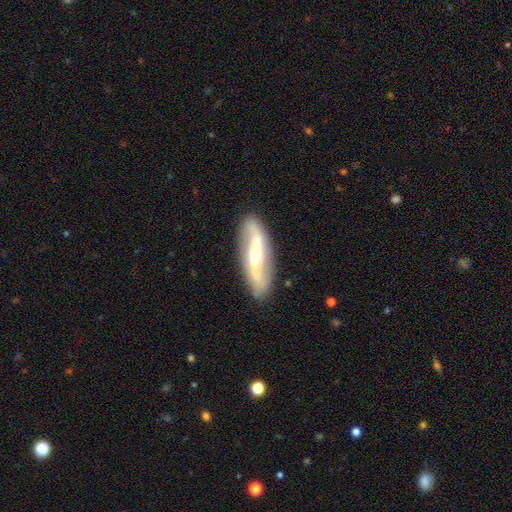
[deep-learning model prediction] This appears to be a featured or disk galaxy (78%) with a strong bar (51%), 2 (91%) loose (70%) spiral arms (86%) and a moderate central bulge (55%). Merging: none (87%).